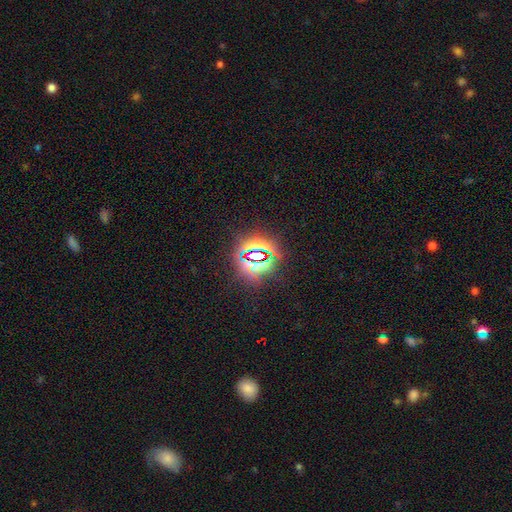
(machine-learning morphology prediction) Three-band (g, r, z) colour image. It shows a star or artifact, not a galaxy (77%).